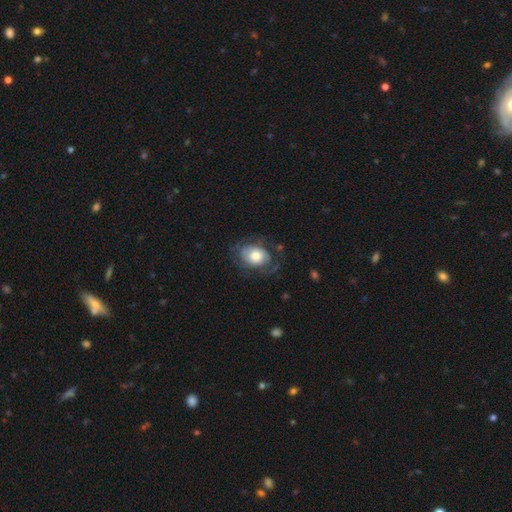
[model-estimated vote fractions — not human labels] Smooth or featured?
  - featured or disk: 58% *
  - smooth: 35%
  - star or artifact: 7%
Edge-on disk?
  - no: 96% *
  - yes: 4%
Bar?
  - no: 82% *
  - weak: 15%
  - strong: 3%
Spiral arms?
  - yes: 77% *
  - no: 23%
Bulge size?
  - large: 42% *
  - moderate: 39%
  - small: 9%
  - dominant: 7%
  - none: 2%
Merging?
  - none: 59% *
  - minor disturbance: 22%
  - major disturbance: 18%
  - merger: 1%